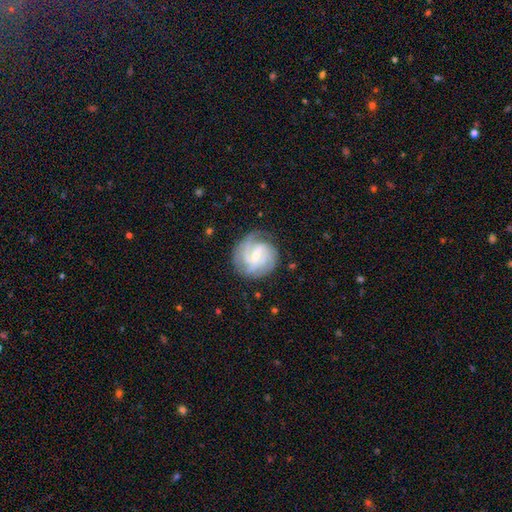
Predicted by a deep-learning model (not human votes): Smooth or featured? featured or disk (85%)
Edge-on disk? no (98%)
Bar? weak (55%)
Spiral arms? yes (97%)
Spiral winding? tight (56%)
Spiral arm count? 3 (34%)
Bulge size? small (61%)
Merging? none (78%)